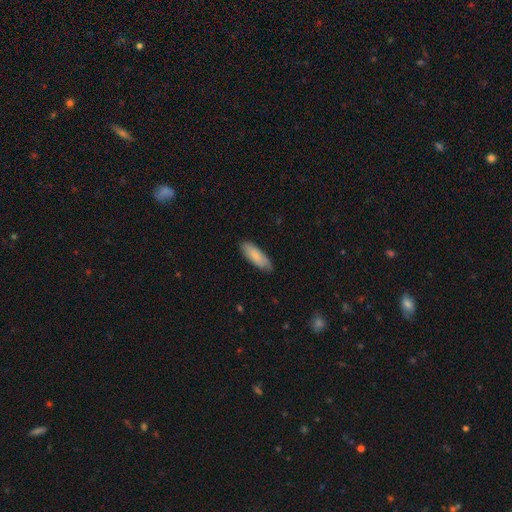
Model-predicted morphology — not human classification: smooth-or-featured: smooth: 83% | featured or disk: 12% | star or artifact: 5%
  how-rounded: in between: 63% | cigar-shaped: 36% | round: 1%
  merging: none: 81% | minor disturbance: 16% | major disturbance: 2% | merger: 1%